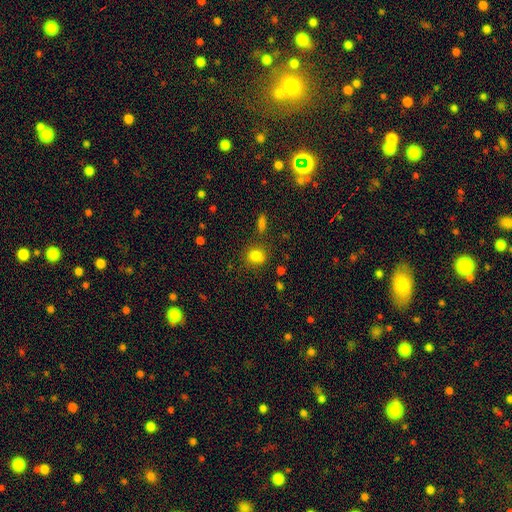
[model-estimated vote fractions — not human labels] Smooth or featured? smooth (82%)
How rounded? in between (51%)
Merging? none (76%)